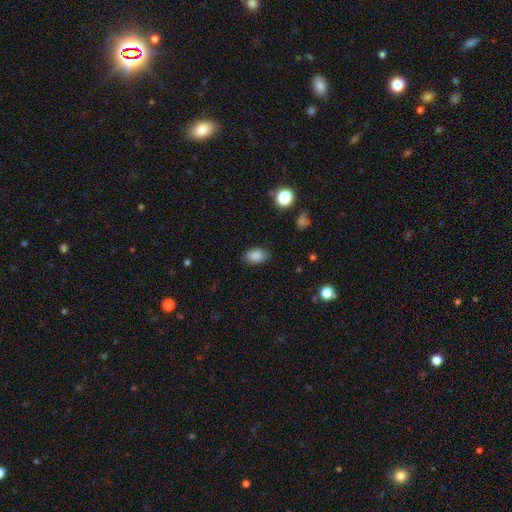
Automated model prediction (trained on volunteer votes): Smooth or featured: smooth — 86% (star or artifact — 9%)
How rounded: in between — 87% (round — 11%)
Merging: none — 84% (minor disturbance — 12%)